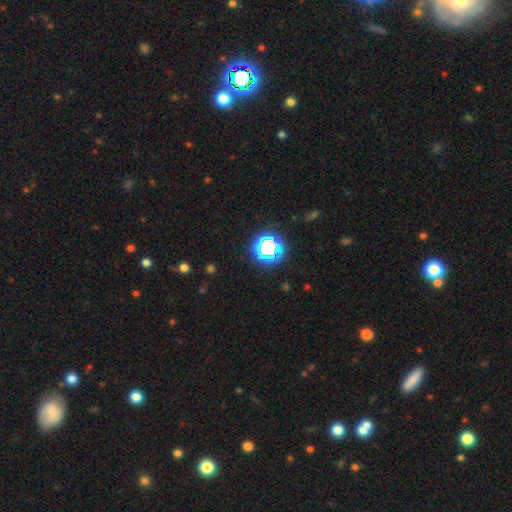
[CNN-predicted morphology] Smooth or featured? Predicted: star or artifact (p=0.78).